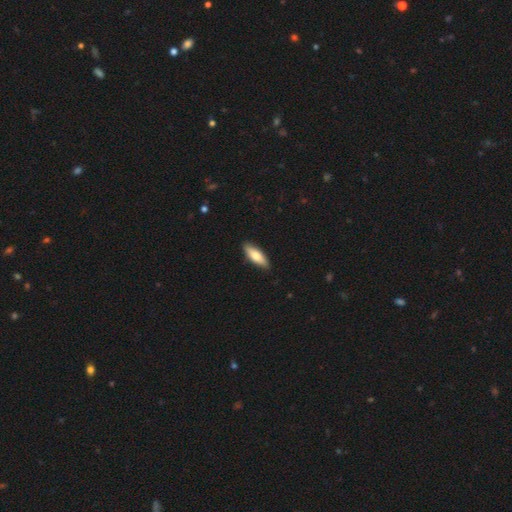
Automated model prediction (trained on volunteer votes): Overall: smooth (72%). How rounded: in between (59%; cigar-shaped 39%). Merging: none (88%).